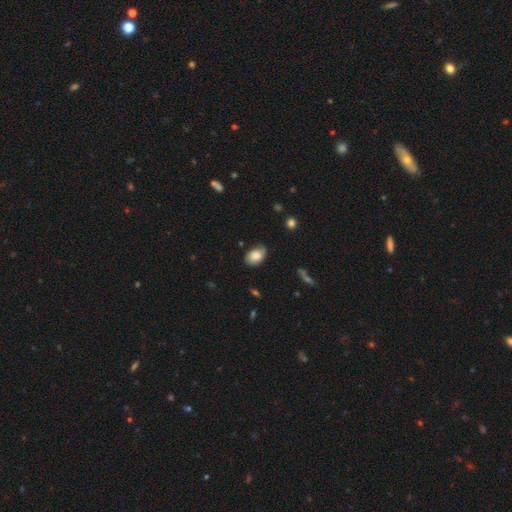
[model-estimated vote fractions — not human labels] smooth_or_featured: smooth (p=0.74) [alt: featured or disk p=0.19]
how_rounded: in between (p=0.85) [alt: round p=0.14]
merging: none (p=0.67) [alt: minor disturbance p=0.25]